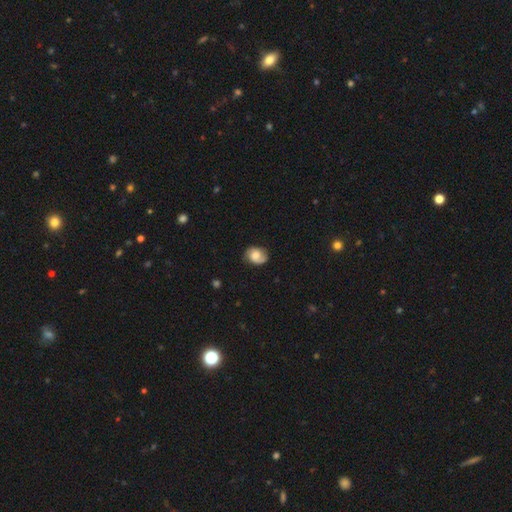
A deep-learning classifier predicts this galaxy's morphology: This appears to be a featured or disk galaxy (46%, tied with smooth). Merging: none (74%).